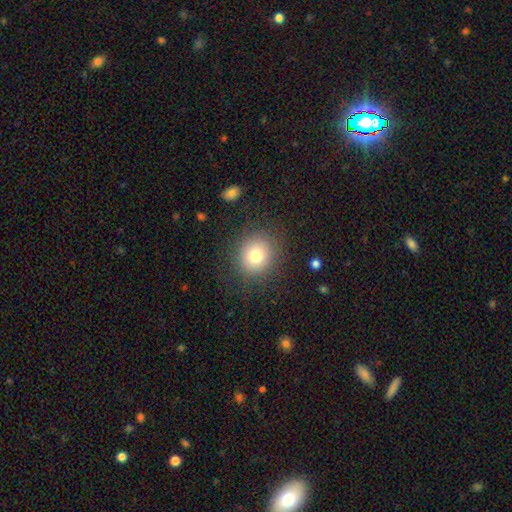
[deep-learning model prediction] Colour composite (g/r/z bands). It shows a smooth galaxy with no disk features (77%) that is round (82%). Merging: none (85%).